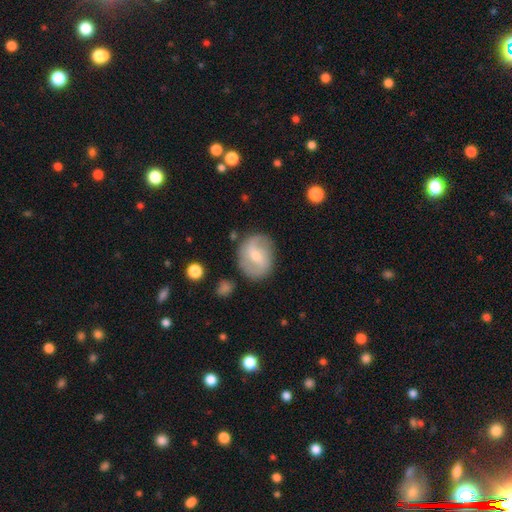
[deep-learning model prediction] A featured or disk galaxy (64%) with a weak bar (49%), 2 (86%) loose (44%) spiral arms (82%) and a small central bulge (52%).

Vote fractions:
- Smooth or featured? featured or disk: 64% / smooth: 29% / star or artifact: 6%
- Edge-on disk? no: 97% / yes: 3%
- Bar? weak: 49% / strong: 26% / no: 25%
- Spiral arms? yes: 82% / no: 18%
- Spiral winding? loose: 44% / medium: 39% / tight: 17%
- Spiral arm count? 2: 86% / can't tell: 8% / 1: 3% / 3: 1% / 4: 1% / more than 4: 1%
- Bulge size? small: 52% / moderate: 43% / large: 2% / none: 2% / dominant: 1%
- Merging? none: 79% / minor disturbance: 14% / major disturbance: 5% / merger: 2%